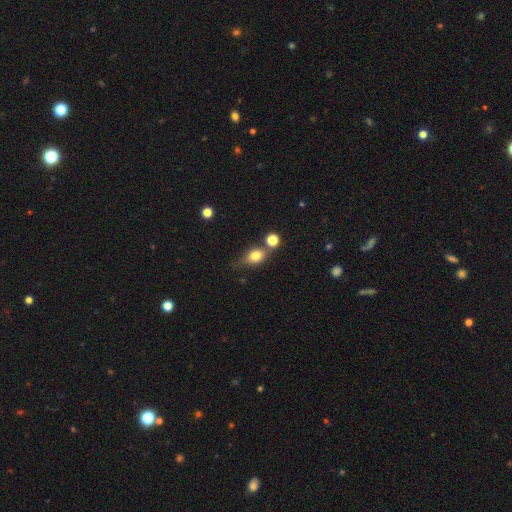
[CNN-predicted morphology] smooth_or_featured: smooth (p=0.77) [alt: featured or disk p=0.13]
how_rounded: in between (p=0.63) [alt: round p=0.33]
merging: none (p=0.56) [alt: merger p=0.19]